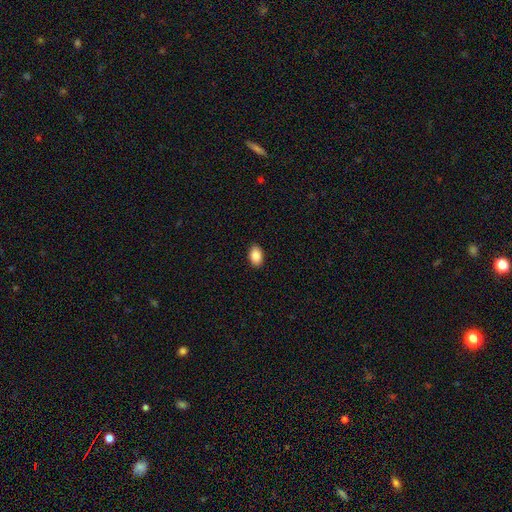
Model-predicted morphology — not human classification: smooth 87%, star or artifact 8%, featured or disk 5%. Down the decision tree: how rounded — in between (89%); merging — none (90%).